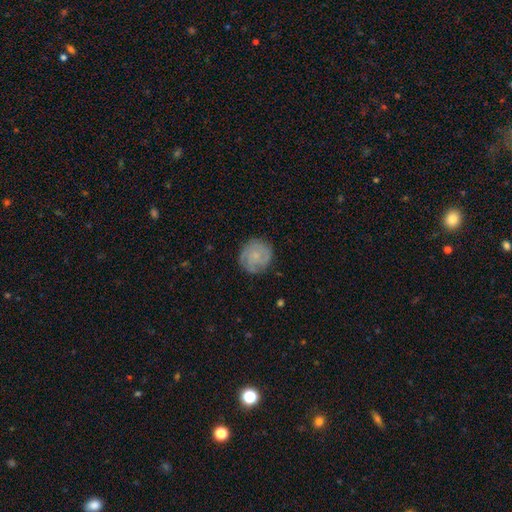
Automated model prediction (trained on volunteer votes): Smooth or featured: featured or disk — 56% (smooth — 37%)
Edge-on disk: no — 98% (yes — 2%)
Bar: no — 74% (weak — 23%)
Spiral arms: yes — 88% (no — 12%)
Bulge size: small — 52% (none — 28%)
Merging: none — 81% (minor disturbance — 14%)